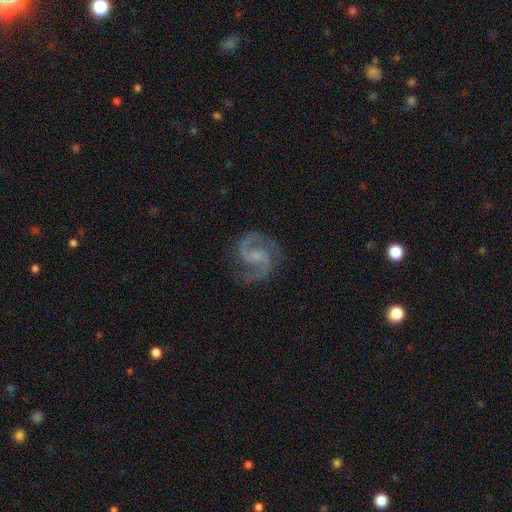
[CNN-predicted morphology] A featured or disk galaxy (93%) with no bar (49%), 2 (94%) medium (67%) spiral arms (99%) and a small central bulge (49%).

Vote fractions:
- Smooth or featured? featured or disk: 93% / star or artifact: 4% / smooth: 3%
- Edge-on disk? no: 98% / yes: 2%
- Bar? no: 49% / weak: 41% / strong: 10%
- Spiral arms? yes: 99% / no: 1%
- Spiral winding? medium: 67% / tight: 21% / loose: 12%
- Spiral arm count? 2: 94% / 3: 2% / can't tell: 1% / 1: 1% / 4: 1% / more than 4: 1%
- Bulge size? small: 49% / none: 29% / moderate: 19% / large: 2% / dominant: 1%
- Merging? none: 81% / minor disturbance: 13% / major disturbance: 4% / merger: 1%